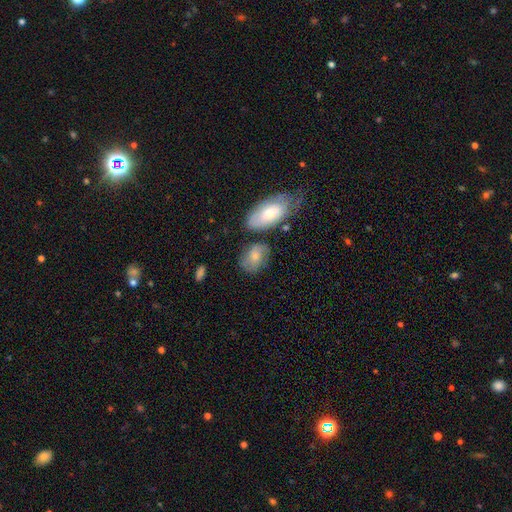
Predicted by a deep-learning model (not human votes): A smooth galaxy with no disk features (61%) that is in between round and cigar-shaped (73%). Merging: none (56%).